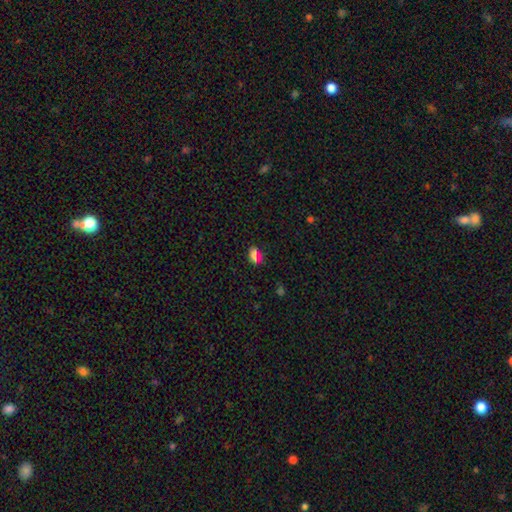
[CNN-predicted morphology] Smooth or featured?
  - smooth: 70% *
  - star or artifact: 23%
  - featured or disk: 7%
How rounded?
  - in between: 71% *
  - round: 24%
  - cigar-shaped: 5%
Merging?
  - none: 82% *
  - minor disturbance: 12%
  - major disturbance: 3%
  - merger: 2%